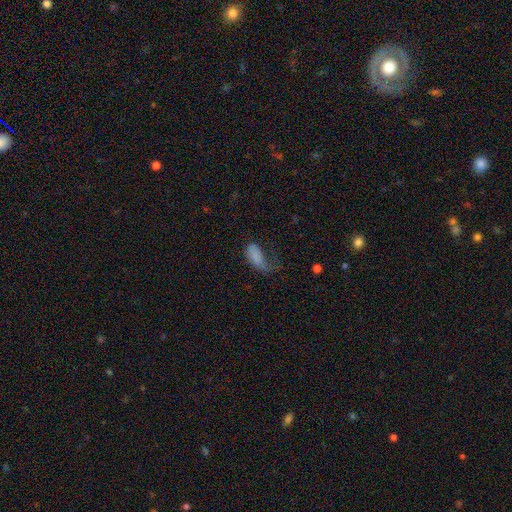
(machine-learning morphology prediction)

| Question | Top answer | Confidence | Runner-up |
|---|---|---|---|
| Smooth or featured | smooth | 74% | featured or disk (17%) |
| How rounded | in between | 89% | cigar-shaped (7%) |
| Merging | major disturbance | 53% | minor disturbance (22%) |